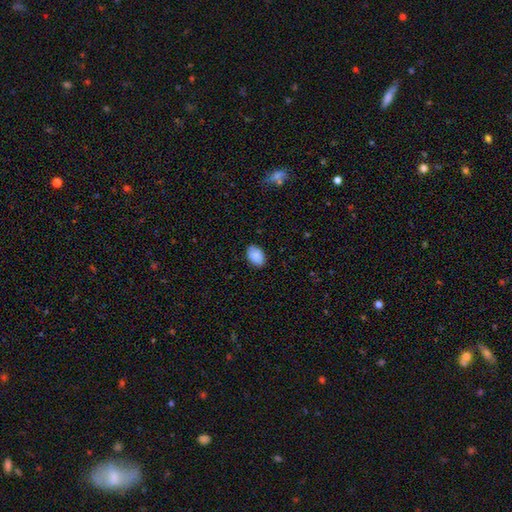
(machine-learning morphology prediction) smooth_or_featured: smooth (p=0.87) [alt: star or artifact p=0.07]
how_rounded: in between (p=0.85) [alt: round p=0.14]
merging: none (p=0.86) [alt: minor disturbance p=0.11]